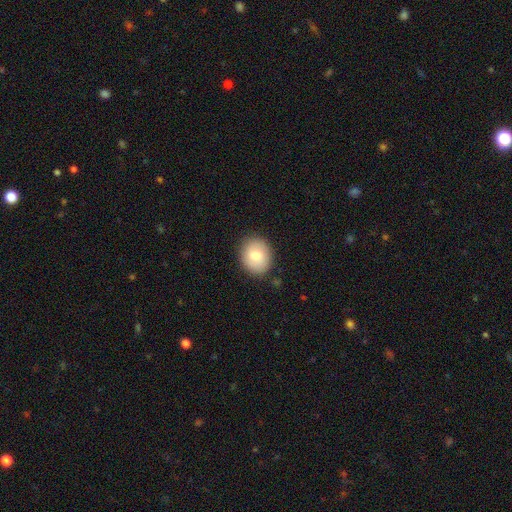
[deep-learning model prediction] Q: Smooth or featured?
A: smooth (77%); runner-up: featured or disk (16%)
Q: How rounded?
A: round (62%); runner-up: in between (38%)
Q: Merging?
A: none (87%); runner-up: minor disturbance (9%)